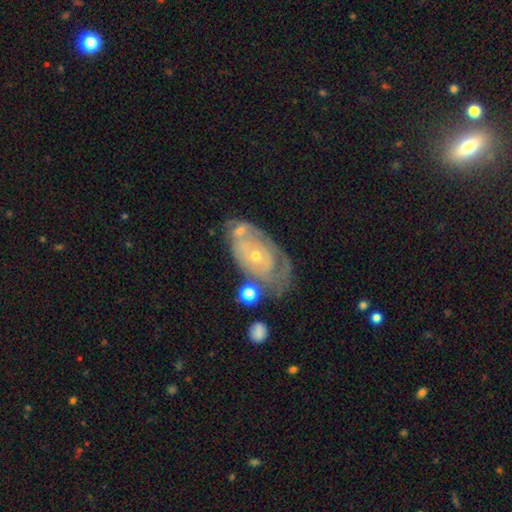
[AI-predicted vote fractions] smooth-or-featured: featured or disk: 75% | smooth: 19% | star or artifact: 7%
  disk-edge-on: no: 95% | yes: 5%
    bar: no: 84% | weak: 13% | strong: 3%
    has-spiral-arms: yes: 69% | no: 31%
    bulge-size: small: 72% | moderate: 24% | none: 1% | large: 1% | dominant: 1%
  merging: none: 43% | minor disturbance: 26% | major disturbance: 18% | merger: 14%